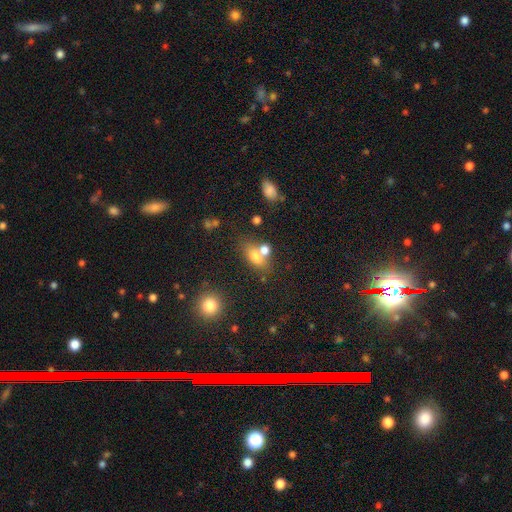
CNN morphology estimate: Smooth or featured? smooth (72%)
How rounded? in between (75%)
Merging? none (44%)